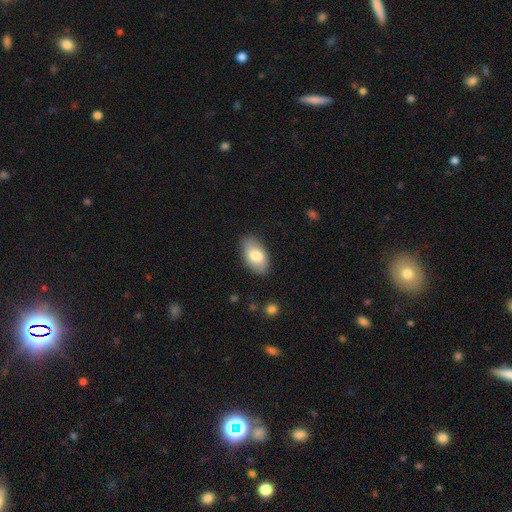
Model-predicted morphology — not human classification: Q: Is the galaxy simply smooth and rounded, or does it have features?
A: smooth — 76%.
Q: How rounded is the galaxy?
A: in between — 94%.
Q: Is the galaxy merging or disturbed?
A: none — 81%.